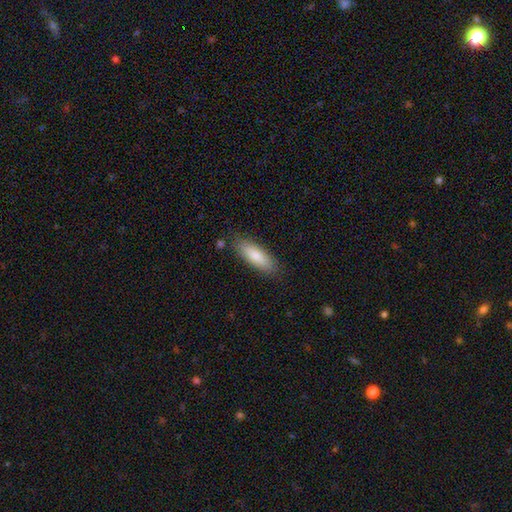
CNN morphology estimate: smooth_or_featured: smooth (p=0.83) [alt: featured or disk p=0.11]
how_rounded: in between (p=0.56) [alt: cigar-shaped p=0.42]
merging: none (p=0.84) [alt: minor disturbance p=0.12]